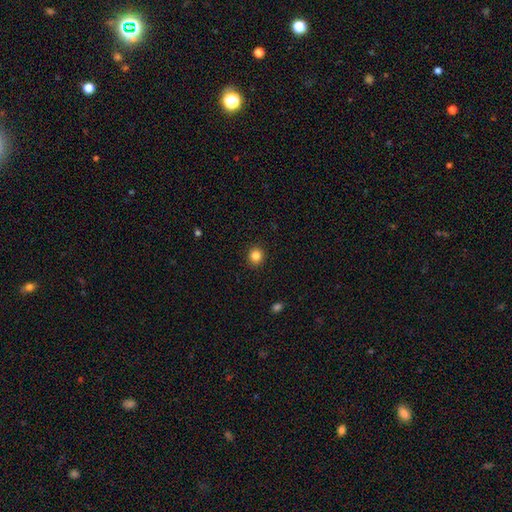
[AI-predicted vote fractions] smooth_or_featured: smooth (p=0.84) [alt: star or artifact p=0.11]
how_rounded: round (p=0.88) [alt: in between p=0.11]
merging: none (p=0.92) [alt: minor disturbance p=0.06]